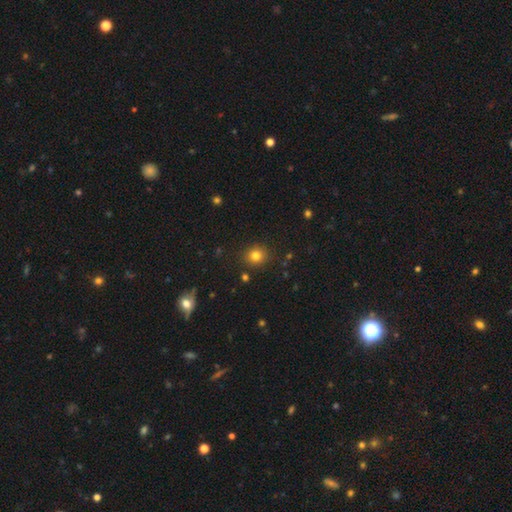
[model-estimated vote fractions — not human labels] A smooth galaxy with no disk features (79%) that is round (83%).

Vote fractions:
- Smooth or featured? smooth: 79% / star or artifact: 14% / featured or disk: 7%
- How rounded? round: 83% / in between: 16% / cigar-shaped: 1%
- Merging? none: 87% / minor disturbance: 8% / major disturbance: 2% / merger: 2%